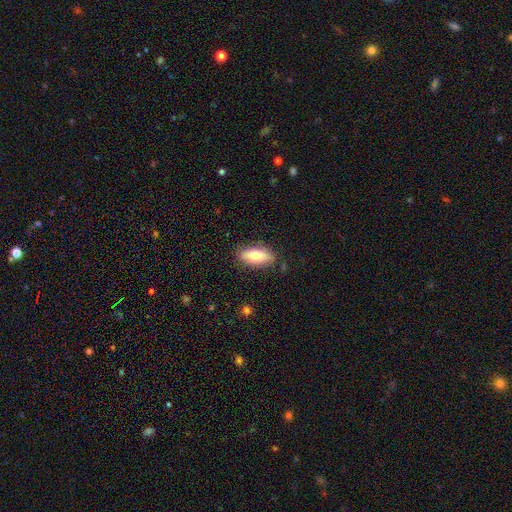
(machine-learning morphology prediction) Overall: smooth (72%). How rounded: in between (75%). Merging: none (84%).